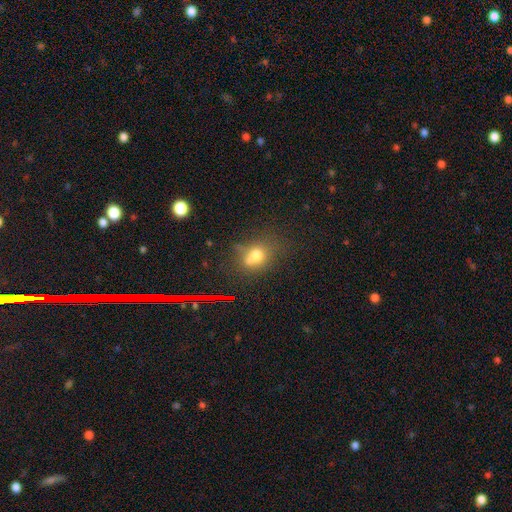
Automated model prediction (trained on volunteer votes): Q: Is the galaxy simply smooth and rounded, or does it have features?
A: smooth — 66%.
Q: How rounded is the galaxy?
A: round — 59%.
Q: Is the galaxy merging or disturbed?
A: none — 46%.